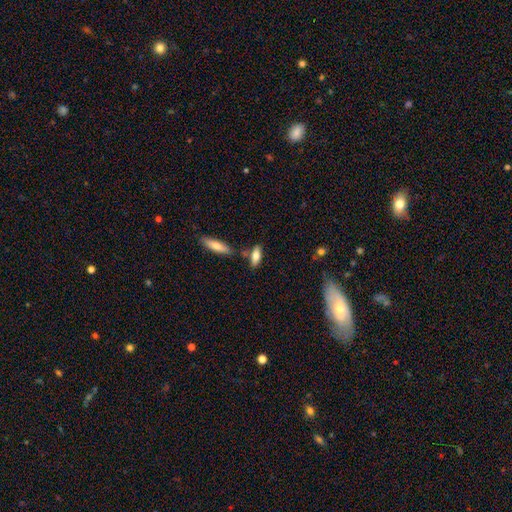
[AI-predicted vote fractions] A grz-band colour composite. It shows a smooth galaxy with no disk features (75%) that is in between round and cigar-shaped (64%). Merging: none (69%).